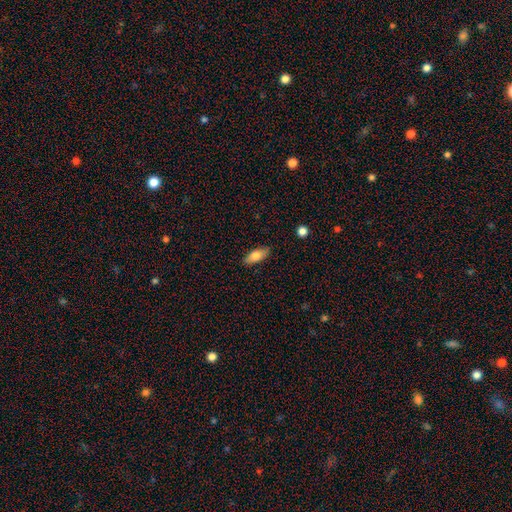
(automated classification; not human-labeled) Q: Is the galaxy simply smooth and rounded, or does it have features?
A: smooth — 76%.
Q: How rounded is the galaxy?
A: in between — 82%.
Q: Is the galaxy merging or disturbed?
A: none — 87%.